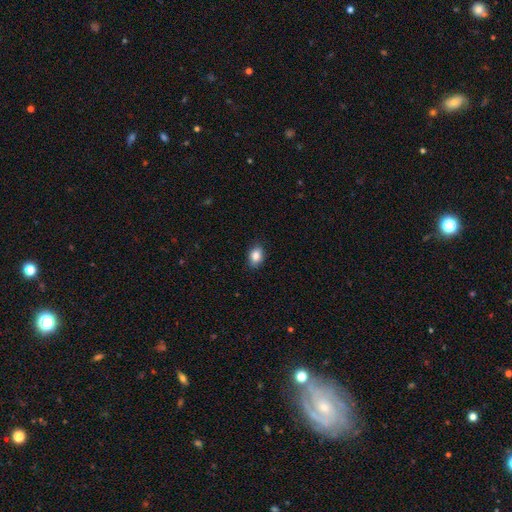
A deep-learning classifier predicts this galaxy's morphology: smooth_or_featured: smooth (p=0.86) [alt: star or artifact p=0.08]
how_rounded: in between (p=0.77) [alt: round p=0.21]
merging: none (p=0.86) [alt: minor disturbance p=0.11]